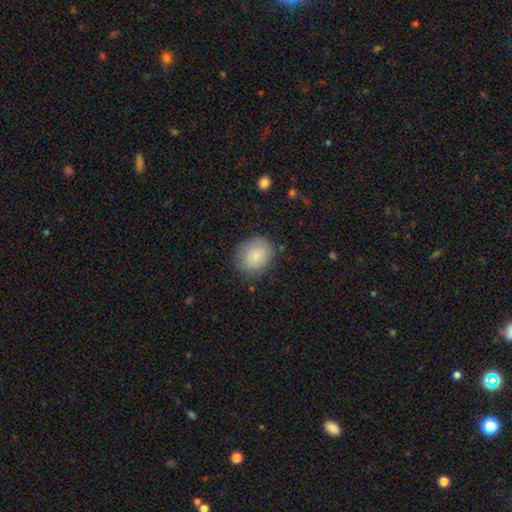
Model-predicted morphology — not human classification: Q: Smooth or featured?
A: smooth (84%); runner-up: featured or disk (9%)
Q: How rounded?
A: round (62%); runner-up: in between (37%)
Q: Merging?
A: none (79%); runner-up: minor disturbance (16%)